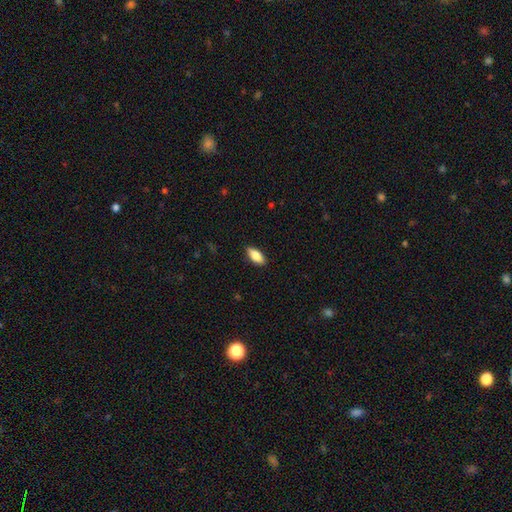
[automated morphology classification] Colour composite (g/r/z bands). It shows a smooth galaxy with no disk features (83%) that is in between round and cigar-shaped (85%). Merging: none (87%).